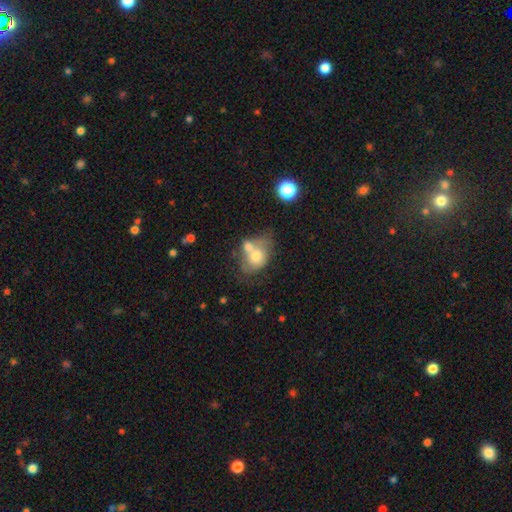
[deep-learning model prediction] Overall: smooth (60%; featured or disk 31%). How rounded: in between (64%; round 35%). Merging: merger (55%; none 21%).